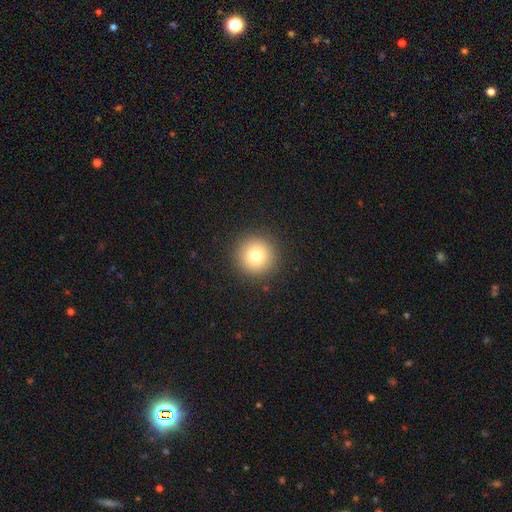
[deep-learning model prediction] Q: Smooth or featured?
A: smooth (77%); runner-up: star or artifact (12%)
Q: How rounded?
A: round (96%); runner-up: in between (3%)
Q: Merging?
A: none (92%); runner-up: minor disturbance (5%)